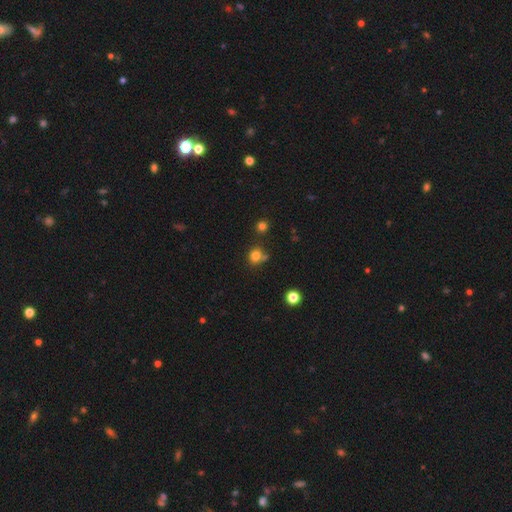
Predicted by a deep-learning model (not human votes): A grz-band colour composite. It shows a smooth galaxy with no disk features (79%) that is round (78%). Merging: none (65%).